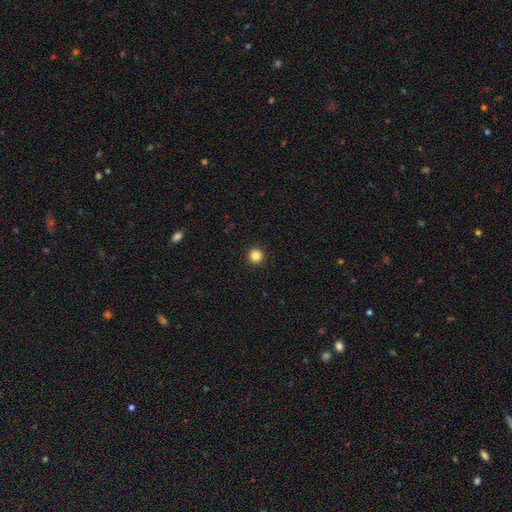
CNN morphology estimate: Smooth or featured? Predicted: smooth (p=0.85). How rounded? Predicted: round (p=0.96). Merging? Predicted: none (p=0.94).